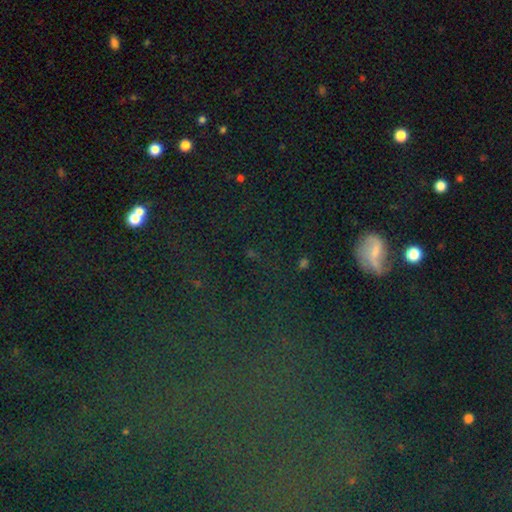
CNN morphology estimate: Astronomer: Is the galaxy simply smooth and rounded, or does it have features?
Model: star or artifact — 63%.